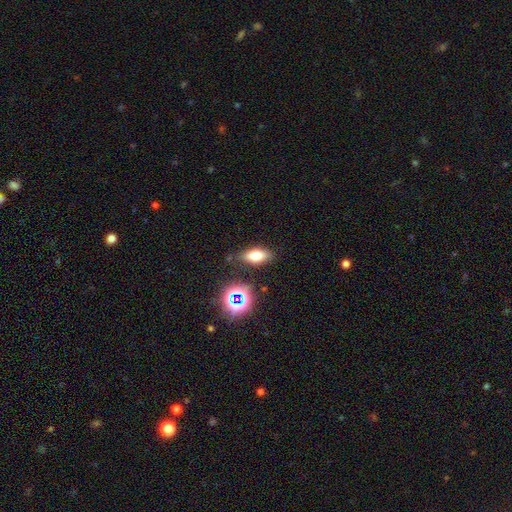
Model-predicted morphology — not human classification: Q: Smooth or featured?
A: smooth (69%); runner-up: star or artifact (15%)
Q: How rounded?
A: in between (80%); runner-up: cigar-shaped (11%)
Q: Merging?
A: none (77%); runner-up: minor disturbance (15%)